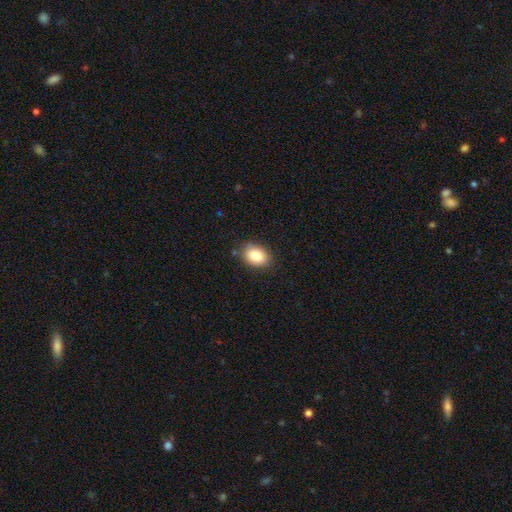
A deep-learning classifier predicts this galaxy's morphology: This is clearly a smooth galaxy (85%). How rounded: likely in between (74%). Merging: clearly none (83%).